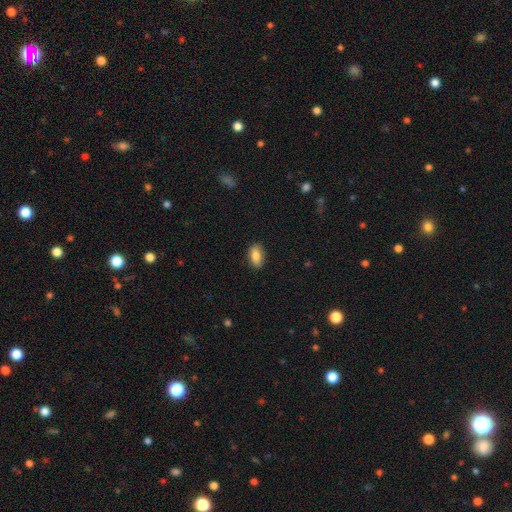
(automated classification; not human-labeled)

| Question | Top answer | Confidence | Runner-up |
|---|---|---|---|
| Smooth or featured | smooth | 85% | featured or disk (8%) |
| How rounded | in between | 90% | cigar-shaped (6%) |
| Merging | none | 86% | minor disturbance (11%) |